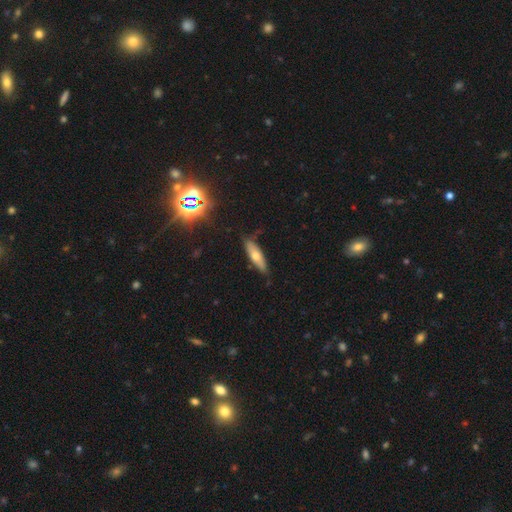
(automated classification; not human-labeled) The model was most divided on "smooth or featured": smooth: 55%, featured or disk: 37%, star or artifact: 9%. More confident: merging — none (78%); how rounded — cigar-shaped (61%).